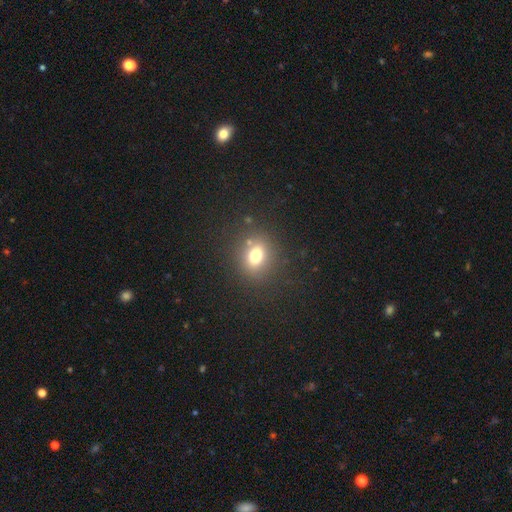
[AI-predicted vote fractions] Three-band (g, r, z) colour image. It shows a smooth galaxy with no disk features (72%) that is round (54%). Merging: none (81%).